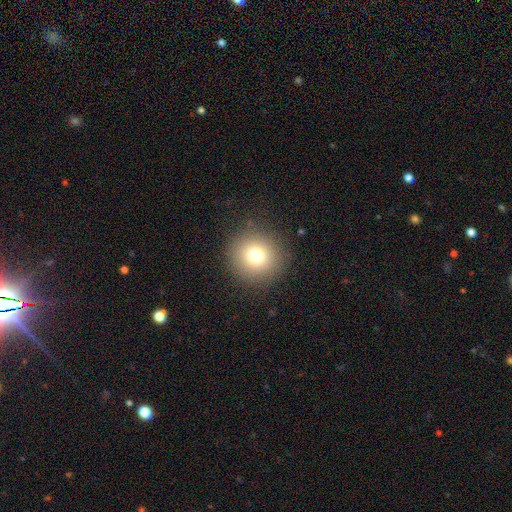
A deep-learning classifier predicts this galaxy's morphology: Q: Smooth or featured?
A: smooth (76%); runner-up: star or artifact (13%)
Q: How rounded?
A: round (95%); runner-up: in between (4%)
Q: Merging?
A: none (89%); runner-up: minor disturbance (7%)